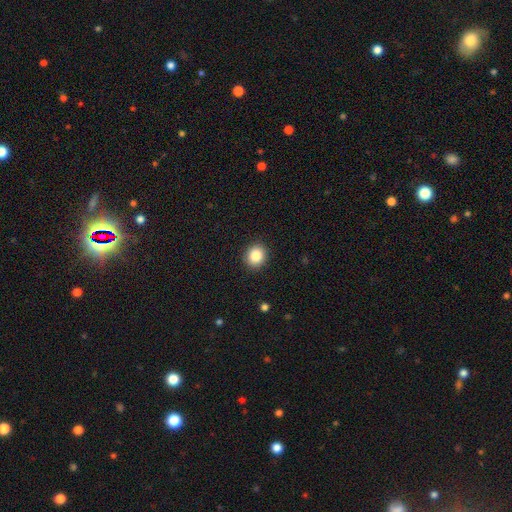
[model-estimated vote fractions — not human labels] Smooth or featured? Predicted: smooth (p=0.85). How rounded? Predicted: round (p=0.78). Merging? Predicted: none (p=0.91).